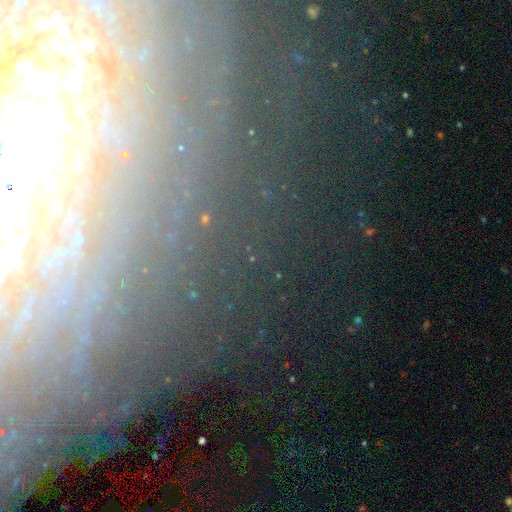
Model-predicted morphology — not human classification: smooth_or_featured: featured or disk (p=0.47) [alt: star or artifact p=0.35]
merging: none (p=0.82) [alt: minor disturbance p=0.09]